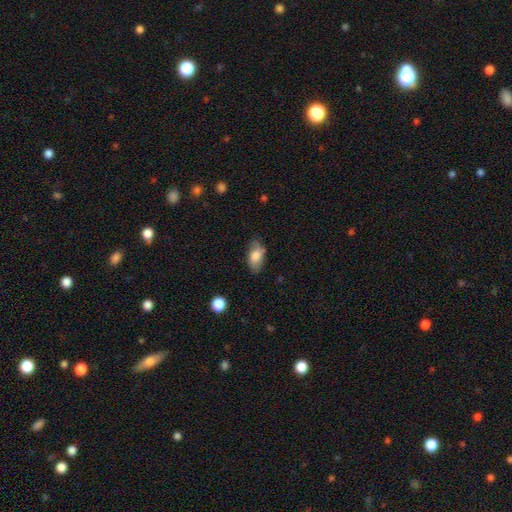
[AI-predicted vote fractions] Q: Smooth or featured?
A: smooth (77%); runner-up: featured or disk (15%)
Q: How rounded?
A: in between (90%); runner-up: round (6%)
Q: Merging?
A: none (69%); runner-up: minor disturbance (23%)